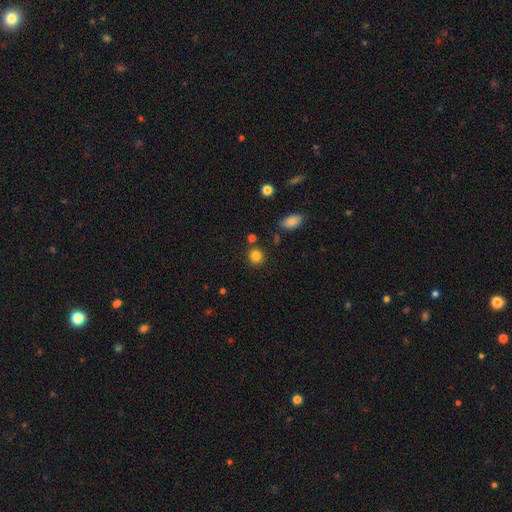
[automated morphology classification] A smooth galaxy with no disk features (84%) that is round (87%).

Vote fractions:
- Smooth or featured? smooth: 84% / star or artifact: 11% / featured or disk: 5%
- How rounded? round: 87% / in between: 12% / cigar-shaped: 1%
- Merging? none: 84% / minor disturbance: 8% / merger: 5% / major disturbance: 3%